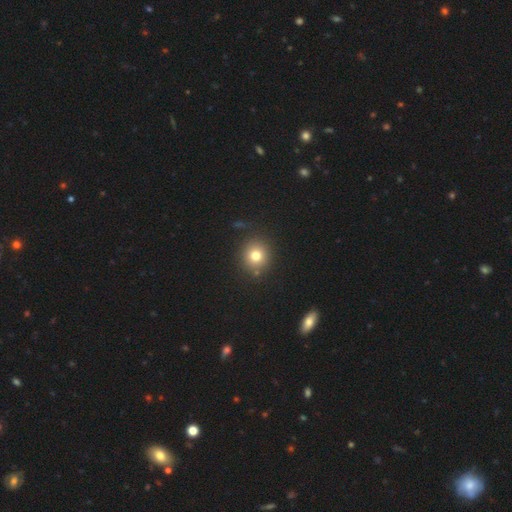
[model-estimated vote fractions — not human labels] Overall: smooth (77%). How rounded: round (89%). Merging: none (86%).